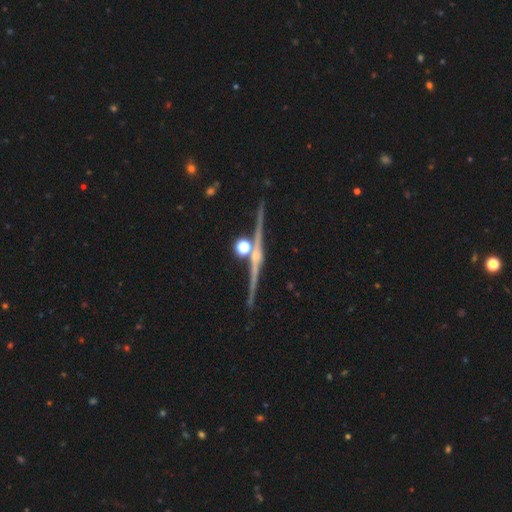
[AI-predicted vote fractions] smooth-or-featured: featured or disk: 80% | star or artifact: 11% | smooth: 9%
  disk-edge-on: yes: 98% | no: 2%
    edge-on-bulge: rounded: 66% | none: 25% | boxy: 9%
  merging: none: 87% | minor disturbance: 6% | merger: 5% | major disturbance: 2%